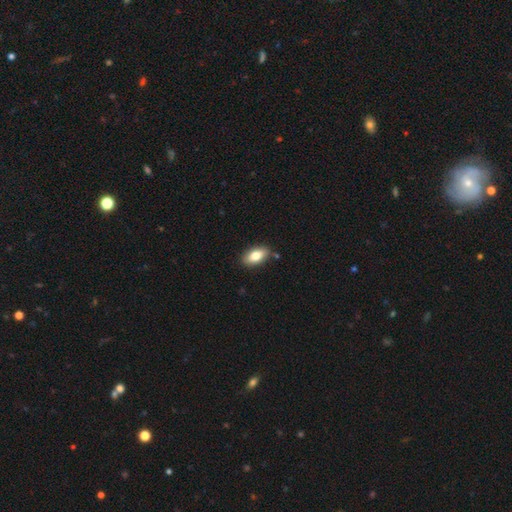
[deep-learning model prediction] A smooth galaxy with no disk features (81%) that is in between round and cigar-shaped (91%).

Vote fractions:
- Smooth or featured? smooth: 81% / featured or disk: 12% / star or artifact: 7%
- How rounded? in between: 91% / round: 5% / cigar-shaped: 4%
- Merging? none: 83% / minor disturbance: 12% / merger: 3% / major disturbance: 2%